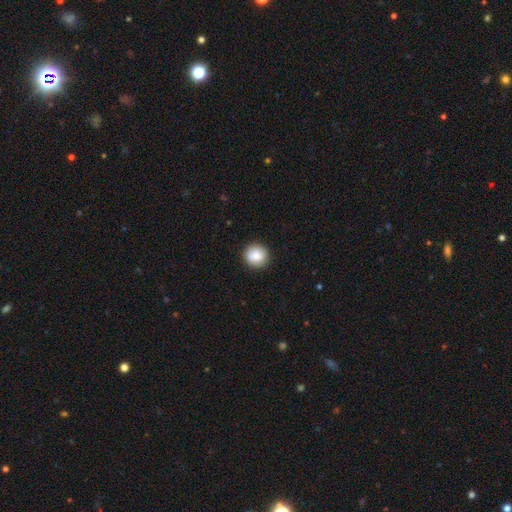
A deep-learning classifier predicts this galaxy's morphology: Smooth or featured: smooth — 85% (star or artifact — 8%)
How rounded: round — 92% (in between — 7%)
Merging: none — 90% (minor disturbance — 7%)